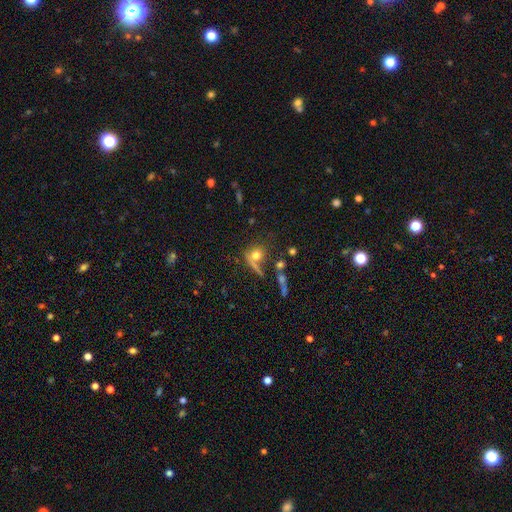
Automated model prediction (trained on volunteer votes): Smooth or featured? smooth (68%)
How rounded? round (71%)
Merging? none (49%)